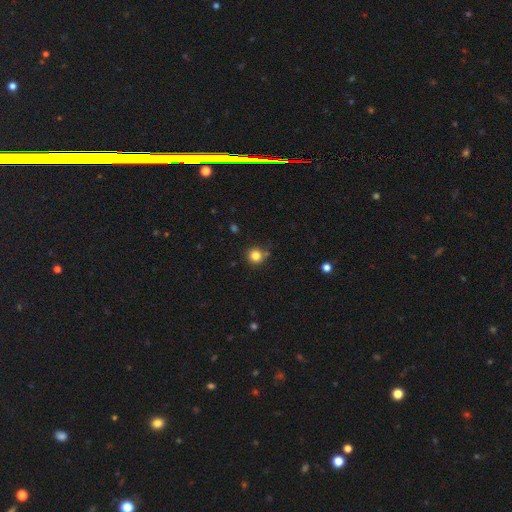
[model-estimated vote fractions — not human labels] This appears to be a smooth galaxy with no disk features (82%) that is round (93%). Merging: none (80%).